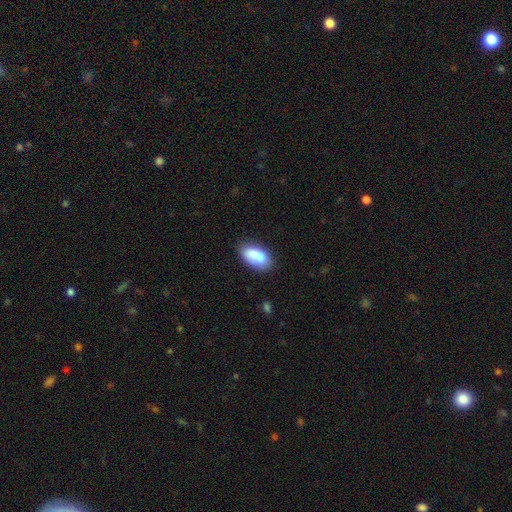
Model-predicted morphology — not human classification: This is clearly a smooth galaxy (83%). How rounded: clearly in between (94%). Merging: likely none (72%).